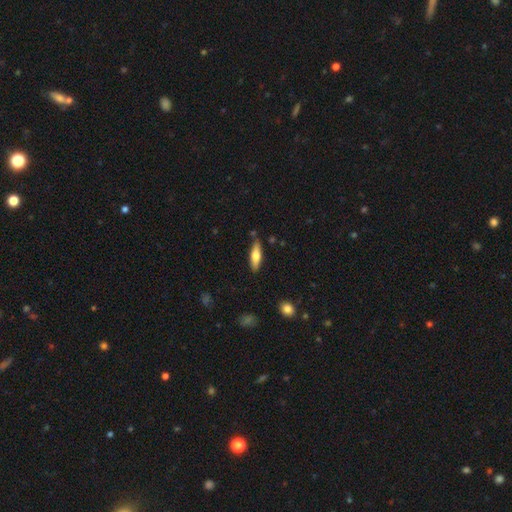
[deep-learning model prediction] A smooth galaxy with no disk features (64%) that is cigar-shaped (57%).

Vote fractions:
- Smooth or featured? smooth: 64% / featured or disk: 30% / star or artifact: 6%
- How rounded? cigar-shaped: 57% / in between: 41% / round: 2%
- Merging? none: 81% / minor disturbance: 13% / merger: 3% / major disturbance: 3%